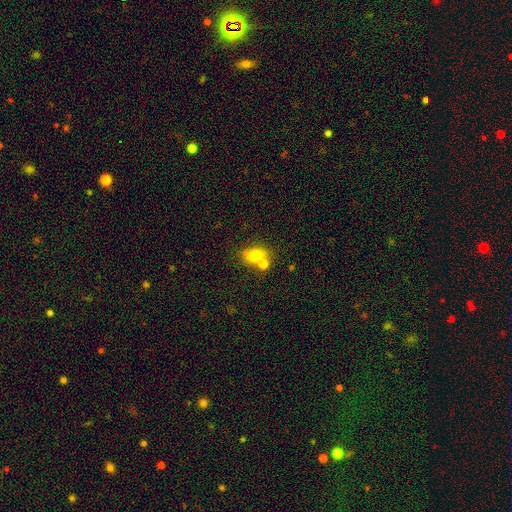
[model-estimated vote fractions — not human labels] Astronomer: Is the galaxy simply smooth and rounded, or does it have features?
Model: smooth — 75%.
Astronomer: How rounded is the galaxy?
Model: in between — 72%.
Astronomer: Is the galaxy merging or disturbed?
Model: none — 47% (runner-up: merger, 35%).